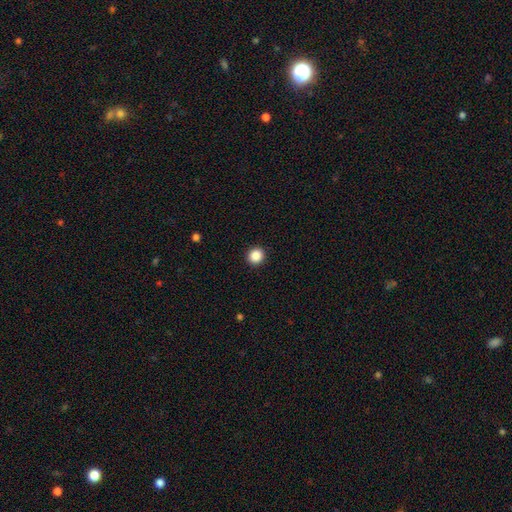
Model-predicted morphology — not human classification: Smooth or featured? smooth (87%)
How rounded? round (92%)
Merging? none (93%)